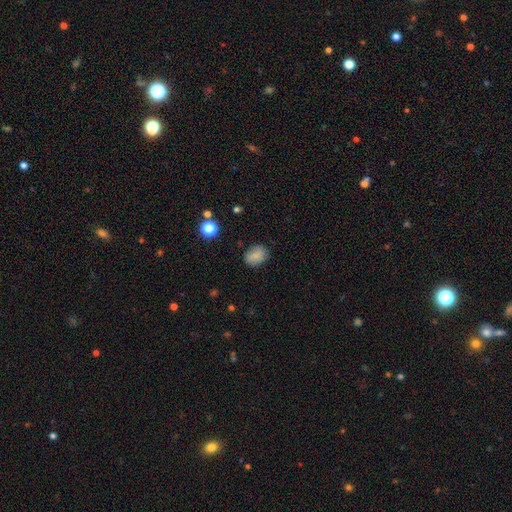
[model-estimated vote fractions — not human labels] Q: Smooth or featured?
A: smooth (81%); runner-up: star or artifact (10%)
Q: How rounded?
A: in between (66%); runner-up: round (33%)
Q: Merging?
A: none (78%); runner-up: minor disturbance (16%)